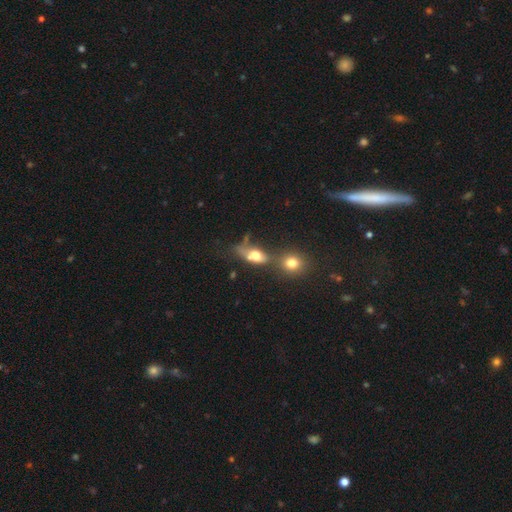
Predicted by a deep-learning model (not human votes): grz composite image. It shows a smooth galaxy with no disk features (60%) that is in between round and cigar-shaped (68%). Merging: merger (43%).